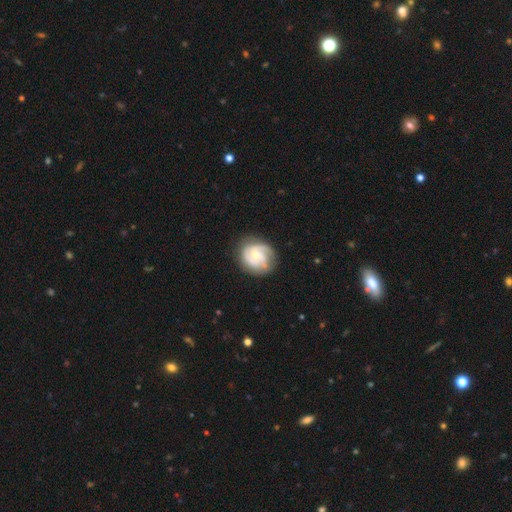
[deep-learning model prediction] A featured or disk galaxy (82%) with no bar (66%), 3 (39%) tight (53%) spiral arms (96%) and a moderate central bulge (50%).

Vote fractions:
- Smooth or featured? featured or disk: 82% / smooth: 13% / star or artifact: 5%
- Edge-on disk? no: 98% / yes: 2%
- Bar? no: 66% / weak: 29% / strong: 5%
- Spiral arms? yes: 96% / no: 4%
- Spiral winding? tight: 53% / medium: 38% / loose: 9%
- Spiral arm count? 3: 39% / 2: 35% / can't tell: 13% / 1: 4% / 4: 4% / more than 4: 3%
- Bulge size? moderate: 50% / small: 46% / large: 2% / none: 1% / dominant: 1%
- Merging? none: 76% / minor disturbance: 17% / major disturbance: 6% / merger: 1%